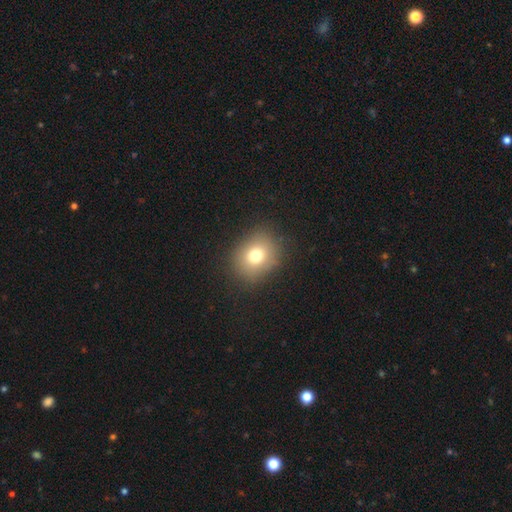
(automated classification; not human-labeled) smooth_or_featured: smooth (p=0.74) [alt: star or artifact p=0.14]
how_rounded: round (p=0.63) [alt: in between p=0.37]
merging: none (p=0.86) [alt: minor disturbance p=0.09]